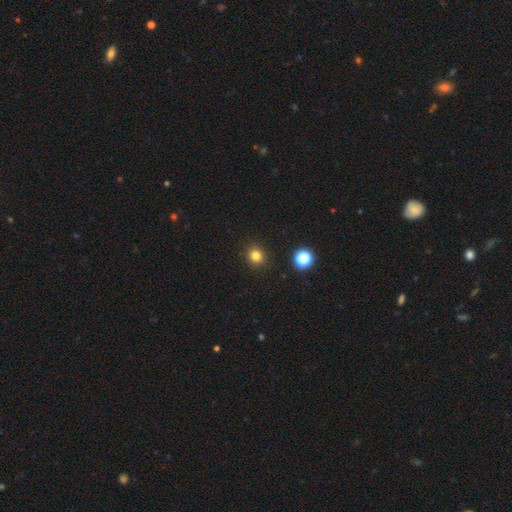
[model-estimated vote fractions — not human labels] Smooth or featured: smooth — 81% (star or artifact — 14%)
How rounded: round — 86% (in between — 13%)
Merging: none — 91% (minor disturbance — 6%)